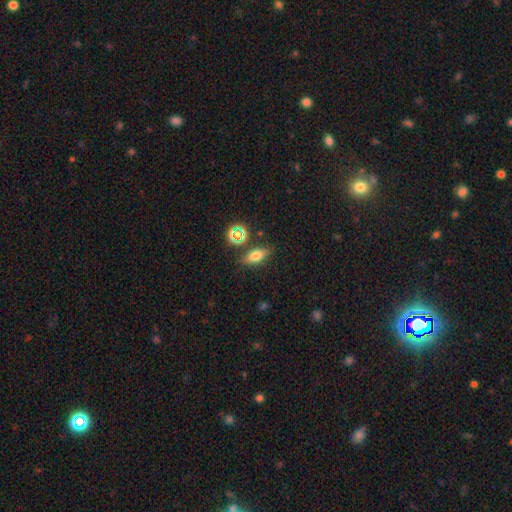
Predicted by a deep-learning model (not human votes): Morphology: type=smooth (69%); roundness=in between (72%); merging=none (80%).